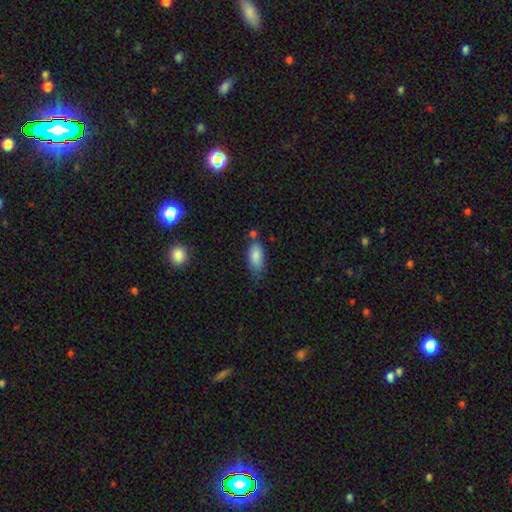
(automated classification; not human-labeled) smooth 84%, featured or disk 9%, star or artifact 7%. Down the decision tree: how rounded — in between (88%); merging — none (52%).